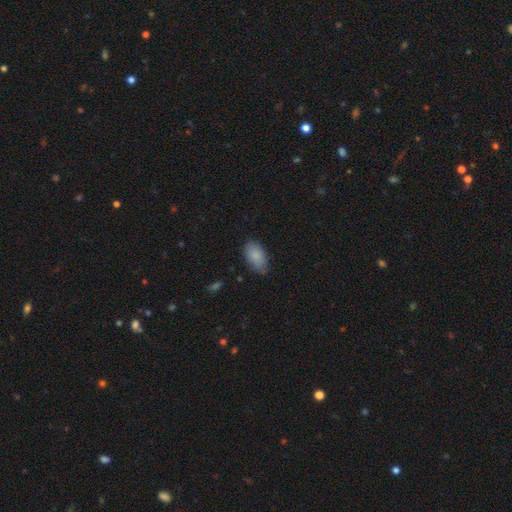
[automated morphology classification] This appears to be a smooth galaxy with no disk features (87%) that is in between round and cigar-shaped (94%). Merging: none (71%).